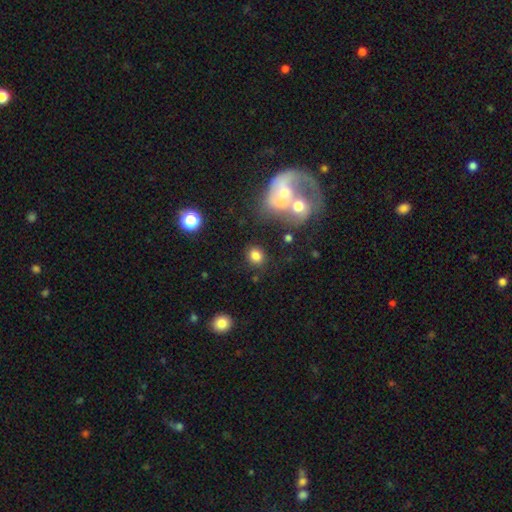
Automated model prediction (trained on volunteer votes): Smooth or featured? smooth (81%)
How rounded? round (68%)
Merging? none (79%)